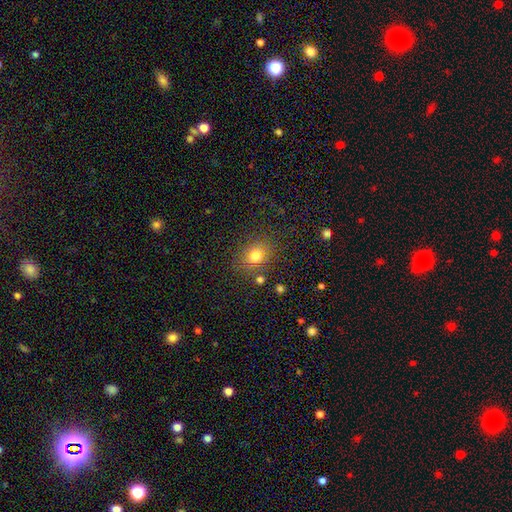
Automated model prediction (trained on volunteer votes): smooth_or_featured: smooth (p=0.73) [alt: star or artifact p=0.17]
how_rounded: round (p=0.55) [alt: in between p=0.44]
merging: none (p=0.78) [alt: minor disturbance p=0.12]